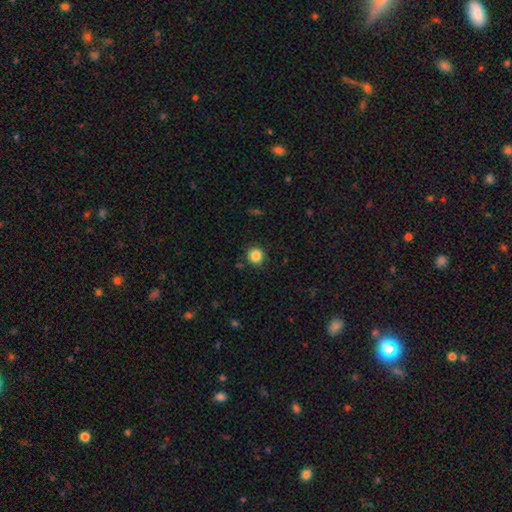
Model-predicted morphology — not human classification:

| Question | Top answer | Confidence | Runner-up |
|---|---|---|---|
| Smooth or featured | smooth | 85% | star or artifact (11%) |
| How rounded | round | 92% | in between (7%) |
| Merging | none | 88% | minor disturbance (8%) |